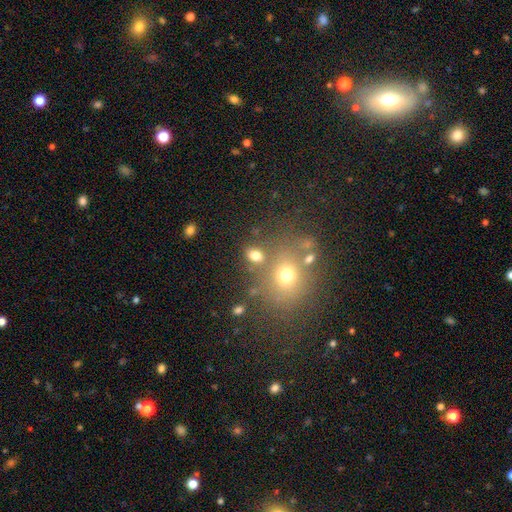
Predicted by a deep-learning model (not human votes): smooth 73%, star or artifact 17%, featured or disk 10%. Down the decision tree: how rounded — in between (55%); merging — none (63%).